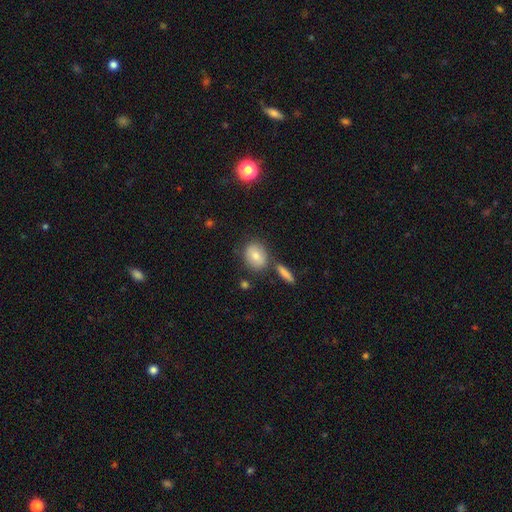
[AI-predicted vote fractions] smooth-or-featured: smooth: 76% | featured or disk: 14% | star or artifact: 9%
  how-rounded: in between: 54% | round: 43% | cigar-shaped: 2%
  merging: none: 73% | merger: 12% | minor disturbance: 12% | major disturbance: 3%